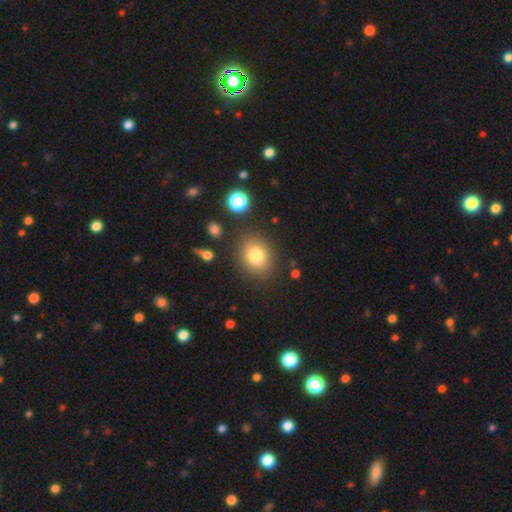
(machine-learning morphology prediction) A smooth galaxy with no disk features (79%) that is round (57%). Merging: none (83%).